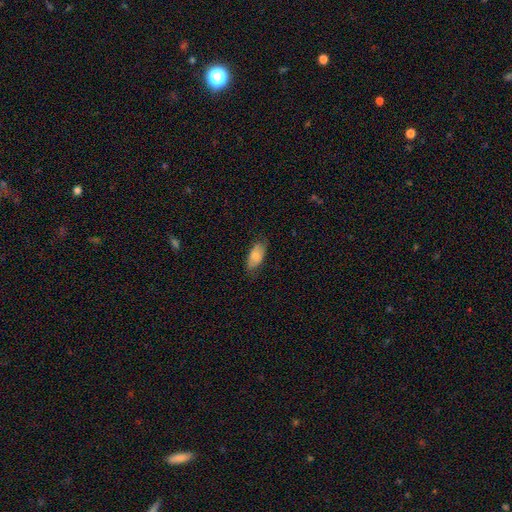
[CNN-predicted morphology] type=smooth (80%); roundness=in between (89%); merging=none (75%).